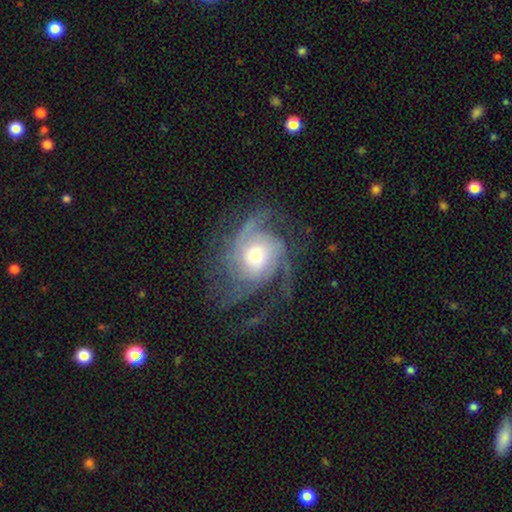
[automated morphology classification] Q: Smooth or featured?
A: featured or disk (88%); runner-up: smooth (7%)
Q: Edge-on disk?
A: no (98%); runner-up: yes (2%)
Q: Bar?
A: no (72%); runner-up: weak (23%)
Q: Spiral arms?
A: yes (97%); runner-up: no (3%)
Q: Spiral winding?
A: medium (44%); runner-up: tight (42%)
Q: Spiral arm count?
A: 3 (40%); runner-up: can't tell (16%)
Q: Bulge size?
A: moderate (60%); runner-up: small (20%)
Q: Merging?
A: none (66%); runner-up: major disturbance (17%)